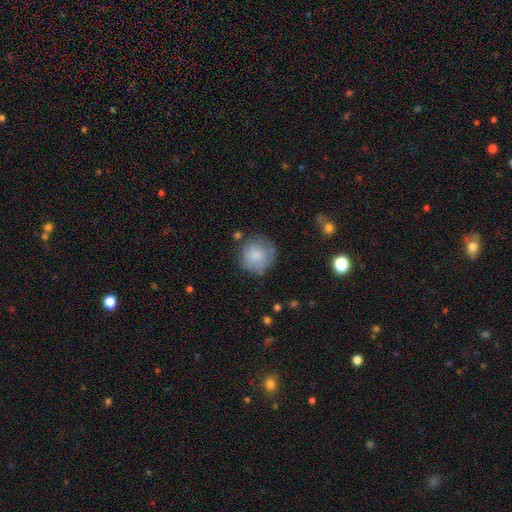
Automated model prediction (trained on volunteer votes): smooth 81%, featured or disk 12%, star or artifact 7%. Down the decision tree: how rounded — round (92%); merging — none (70%).